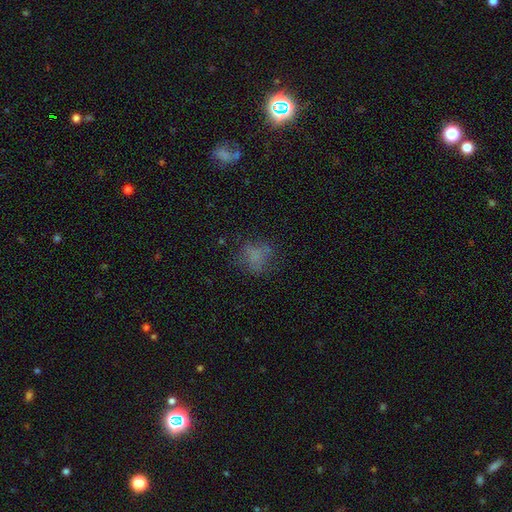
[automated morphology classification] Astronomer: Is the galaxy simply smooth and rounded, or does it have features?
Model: smooth — 61%.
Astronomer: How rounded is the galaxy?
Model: round — 61% (runner-up: in between, 37%).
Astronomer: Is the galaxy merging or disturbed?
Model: none — 59%.